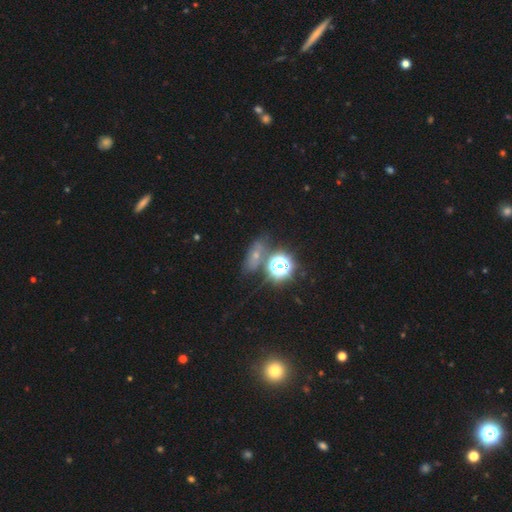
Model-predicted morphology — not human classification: This is marginally a star or artifact rather than a galaxy (41%).